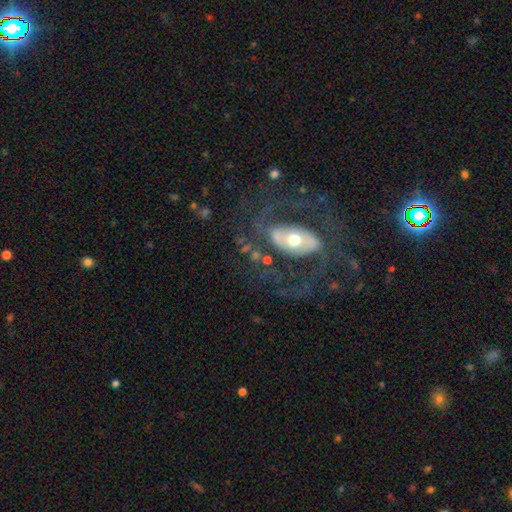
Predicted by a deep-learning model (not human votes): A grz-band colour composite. It shows a featured or disk galaxy (81%) with no bar (42%), 2 (77%) medium (47%) spiral arms (84%) and a moderate central bulge (69%). Merging: none (63%).